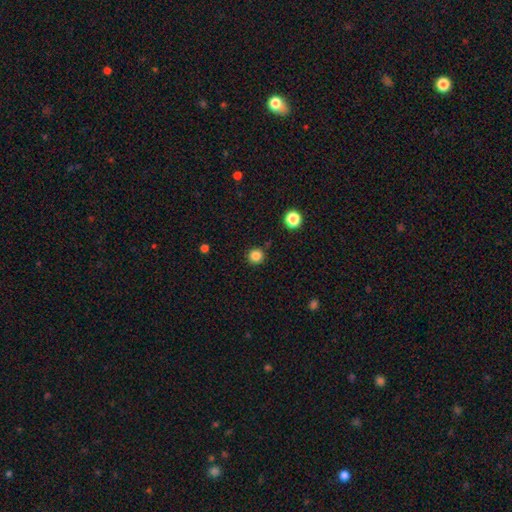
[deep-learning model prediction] The model was most divided on "smooth or featured": smooth: 84%, star or artifact: 13%, featured or disk: 4%. More confident: how rounded — round (95%); merging — none (88%).